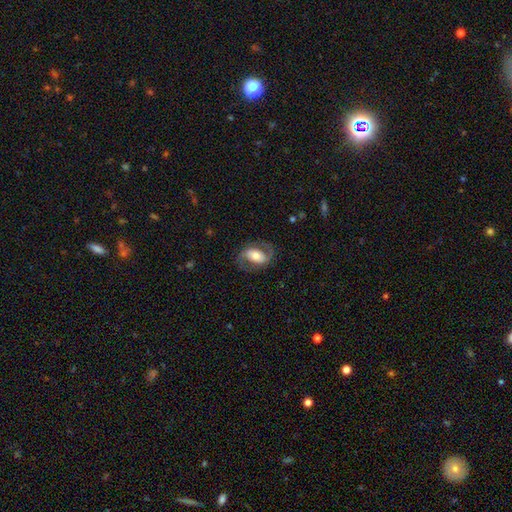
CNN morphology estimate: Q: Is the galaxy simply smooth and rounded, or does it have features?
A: featured or disk — 70%.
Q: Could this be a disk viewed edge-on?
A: no — 96%.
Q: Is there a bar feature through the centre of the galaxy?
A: weak — 35%.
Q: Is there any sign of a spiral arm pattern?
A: yes — 87%.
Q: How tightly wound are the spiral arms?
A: medium — 50%.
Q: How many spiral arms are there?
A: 2 — 90%.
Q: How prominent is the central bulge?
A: moderate — 54%.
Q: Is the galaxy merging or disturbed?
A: none — 76%.